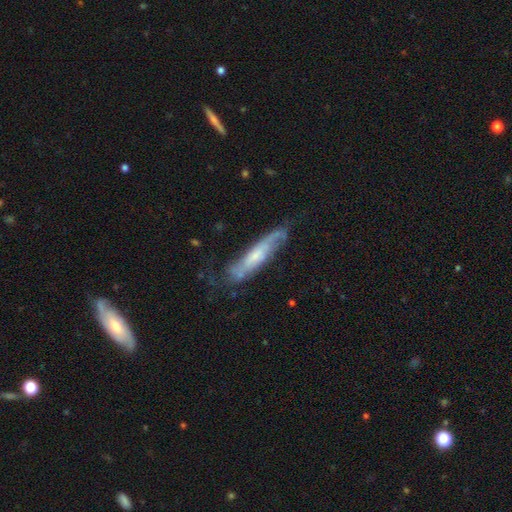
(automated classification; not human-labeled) smooth_or_featured: featured or disk (p=0.65) [alt: smooth p=0.28]
disk_edge_on: no (p=0.57) [alt: yes p=0.43]
merging: none (p=0.55) [alt: minor disturbance p=0.27]